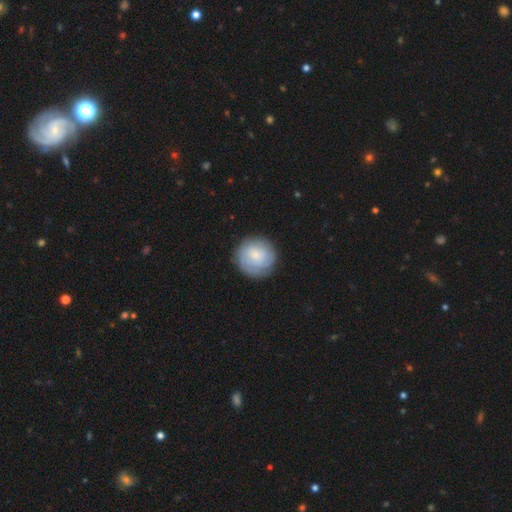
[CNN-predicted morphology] A smooth galaxy with no disk features (59%) that is round (92%). Merging: none (79%).